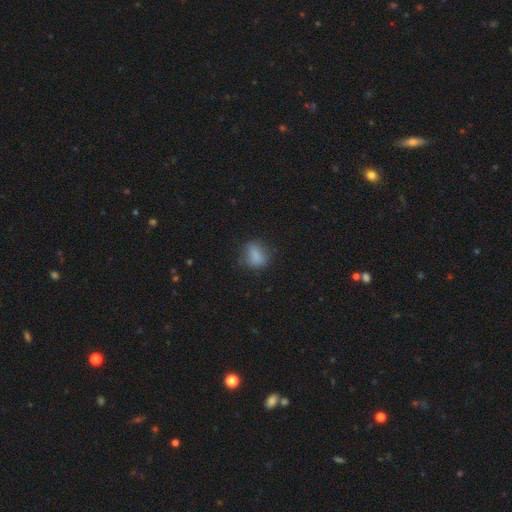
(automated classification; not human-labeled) The model was most divided on "how rounded": in between: 63%, round: 33%, cigar-shaped: 4%. More confident: smooth or featured — smooth (80%); merging — none (66%).